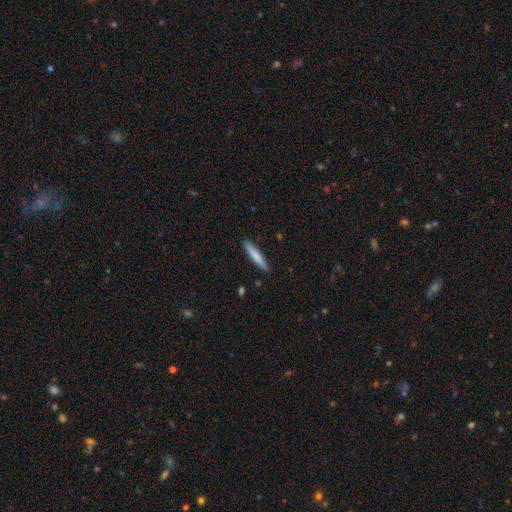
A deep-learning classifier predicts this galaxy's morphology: smooth-or-featured: smooth: 75% | featured or disk: 20% | star or artifact: 5%
  how-rounded: cigar-shaped: 93% | in between: 5% | round: 1%
  merging: none: 90% | minor disturbance: 7% | major disturbance: 2% | merger: 1%